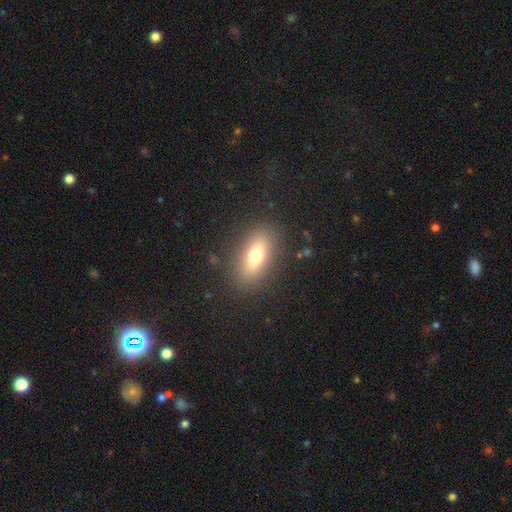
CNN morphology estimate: smooth-or-featured: smooth: 67% | featured or disk: 23% | star or artifact: 10%
  how-rounded: in between: 74% | cigar-shaped: 19% | round: 7%
  merging: none: 85% | minor disturbance: 9% | major disturbance: 4% | merger: 1%